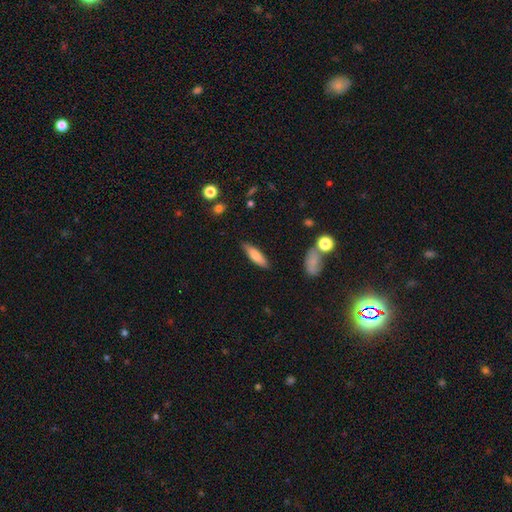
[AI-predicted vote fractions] smooth-or-featured: smooth: 74% | featured or disk: 20% | star or artifact: 6%
  how-rounded: cigar-shaped: 67% | in between: 31% | round: 2%
  merging: none: 83% | minor disturbance: 12% | major disturbance: 3% | merger: 2%